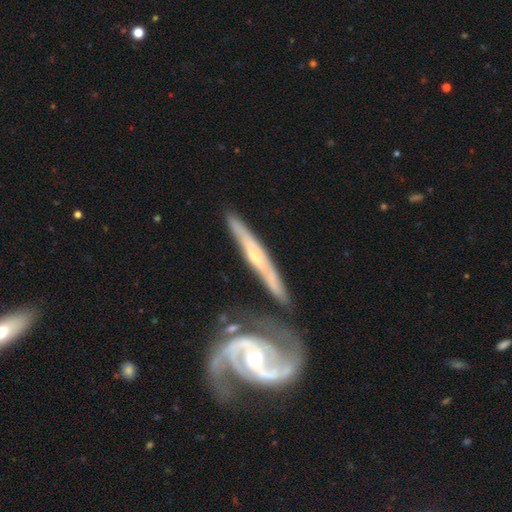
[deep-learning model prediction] smooth-or-featured: featured or disk: 77% | smooth: 18% | star or artifact: 5%
  disk-edge-on: yes: 72% | no: 28%
    edge-on-bulge: rounded: 67% | none: 28% | boxy: 5%
  merging: none: 69% | minor disturbance: 15% | merger: 12% | major disturbance: 4%